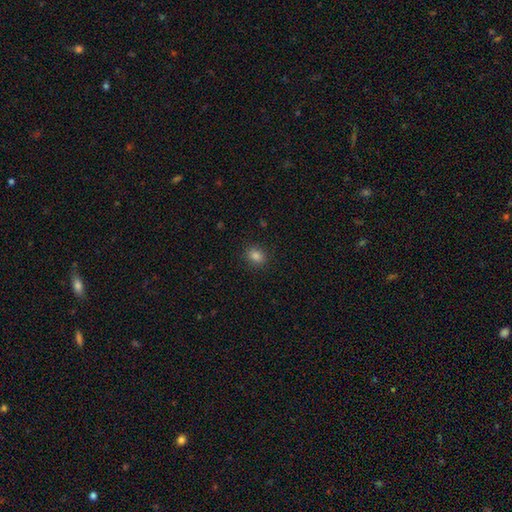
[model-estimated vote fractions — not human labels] smooth 83%, star or artifact 12%, featured or disk 5%. Down the decision tree: how rounded — round (60%); merging — none (89%).